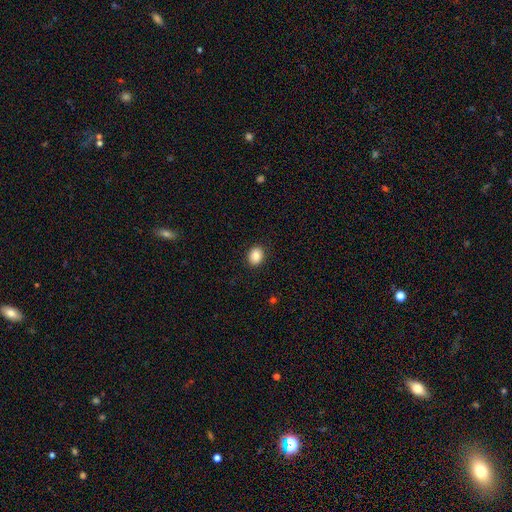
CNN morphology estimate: smooth 86%, star or artifact 9%, featured or disk 5%. Down the decision tree: how rounded — round (64%); merging — none (91%).